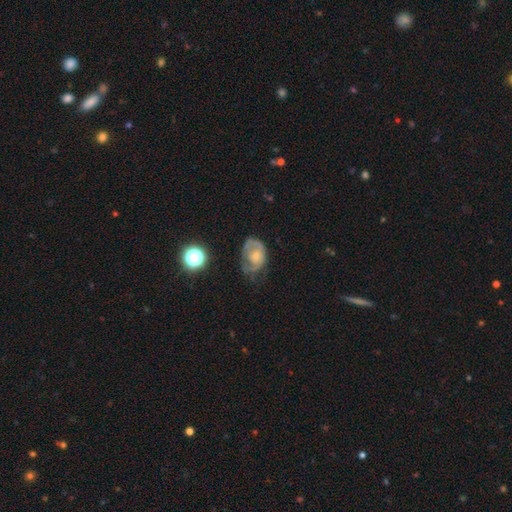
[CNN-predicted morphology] This is possibly a featured or disk galaxy (53%). It is clearly not viewed edge-on (97%). Bar: clearly no (80%). Spiral arm pattern: possibly yes (59%). Central bulge: possibly small (52%). Merging: marginally none (38%).